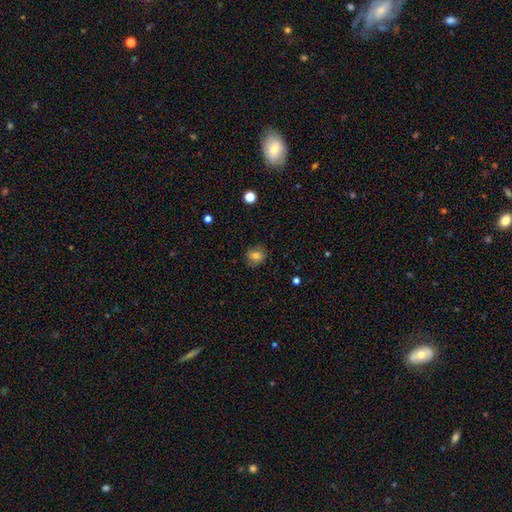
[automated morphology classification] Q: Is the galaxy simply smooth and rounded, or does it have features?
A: smooth — 77%.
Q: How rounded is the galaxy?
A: round — 75%.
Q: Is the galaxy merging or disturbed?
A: none — 82%.